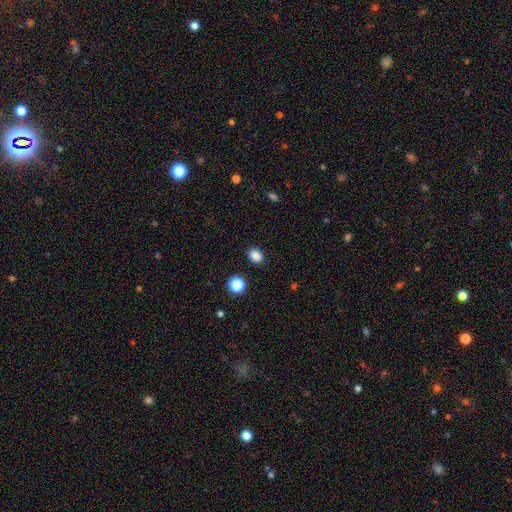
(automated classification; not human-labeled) smooth 86%, star or artifact 11%, featured or disk 3%. Down the decision tree: how rounded — in between (55%); merging — none (87%).